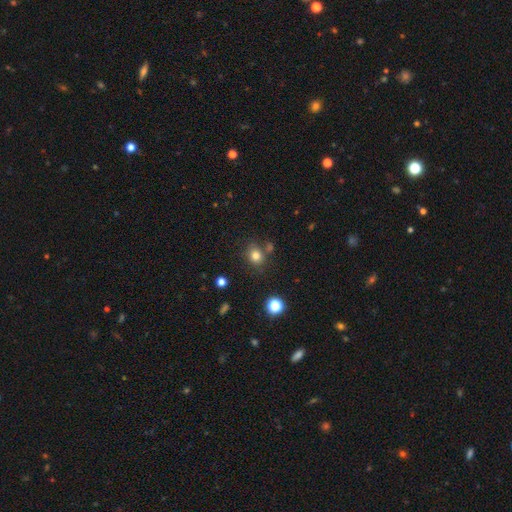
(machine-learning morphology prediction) A smooth galaxy with no disk features (79%) that is round (71%). Merging: none (73%).